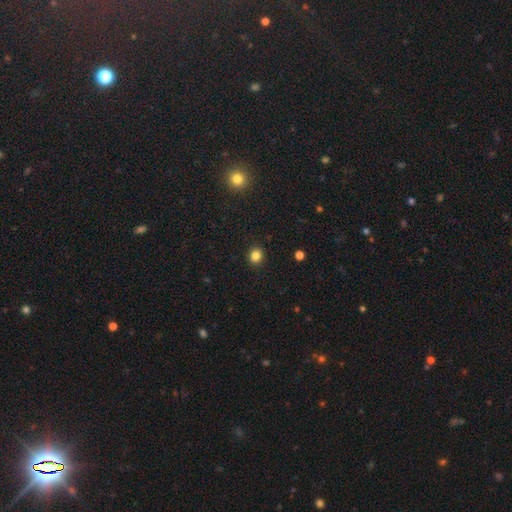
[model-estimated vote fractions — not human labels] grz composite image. It shows a smooth galaxy with no disk features (83%) that is round (78%). Merging: none (91%).